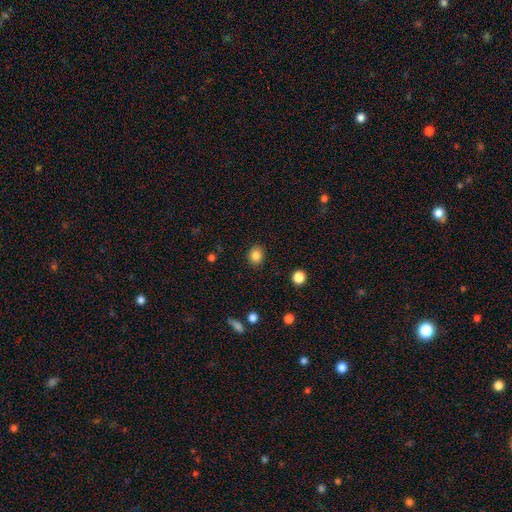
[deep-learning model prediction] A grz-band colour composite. It shows a smooth galaxy with no disk features (84%) that is round (64%). Merging: none (90%).